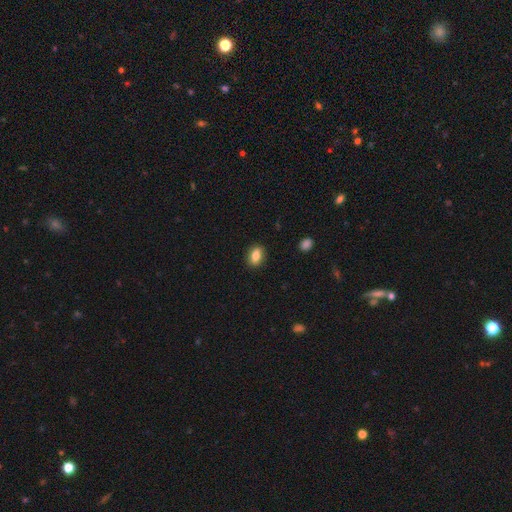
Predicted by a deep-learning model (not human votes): The model was most divided on "how rounded": in between: 81%, round: 16%, cigar-shaped: 3%. More confident: merging — none (89%); smooth or featured — smooth (82%).